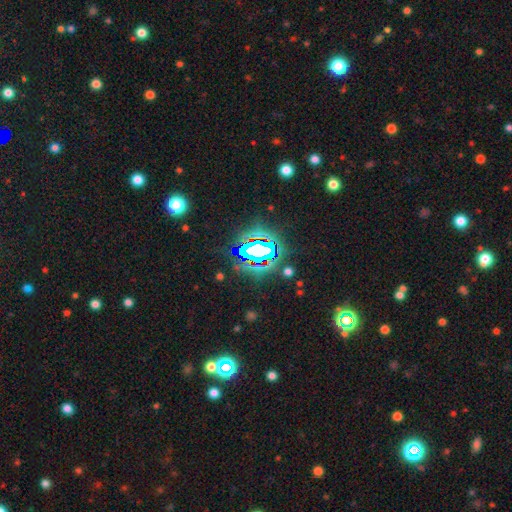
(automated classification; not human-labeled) Q: Smooth or featured?
A: star or artifact (70%); runner-up: smooth (16%)